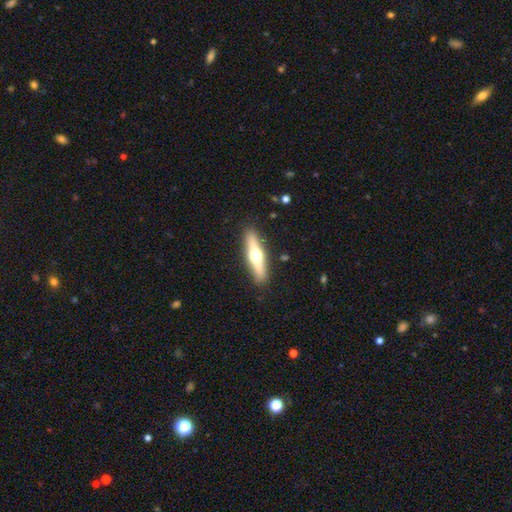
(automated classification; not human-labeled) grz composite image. It shows a featured or disk galaxy (58%) viewed edge-on (93%) with a rounded central bulge (95%). Merging: none (89%).